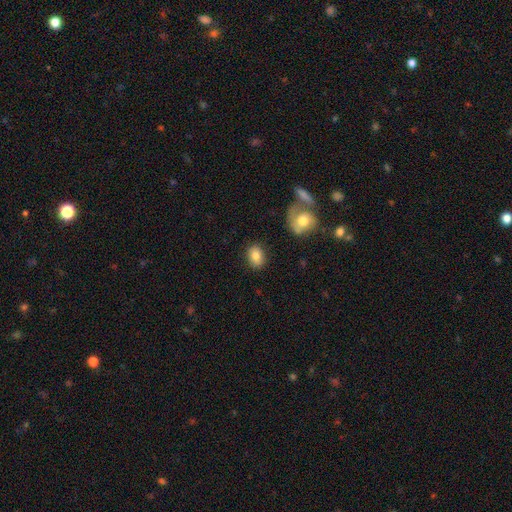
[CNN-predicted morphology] A smooth galaxy with no disk features (81%) that is in between round and cigar-shaped (70%).

Vote fractions:
- Smooth or featured? smooth: 81% / featured or disk: 11% / star or artifact: 8%
- How rounded? in between: 70% / round: 29% / cigar-shaped: 1%
- Merging? none: 85% / minor disturbance: 10% / major disturbance: 3% / merger: 3%